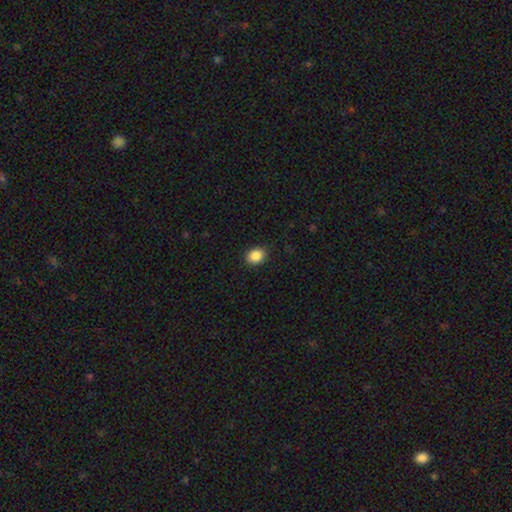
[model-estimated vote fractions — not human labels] smooth_or_featured: smooth (p=0.87) [alt: star or artifact p=0.09]
how_rounded: round (p=0.55) [alt: in between p=0.44]
merging: none (p=0.87) [alt: minor disturbance p=0.10]